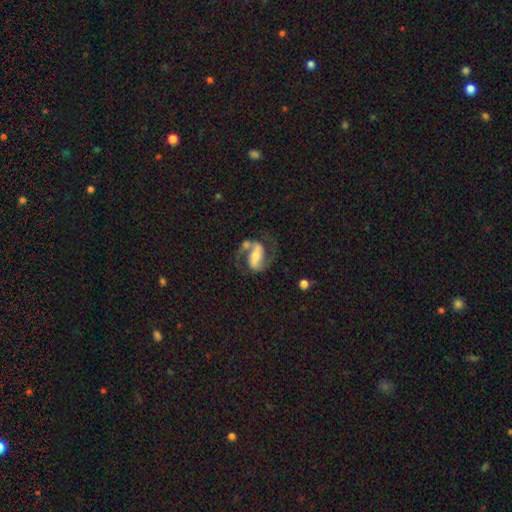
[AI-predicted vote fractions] Overall: featured or disk (83%). Edge-on disk: no (97%). Bar: strong (49%; weak 31%). Spiral arms: yes (94%). Spiral arm count: 2 (92%). Spiral winding: medium (55%; loose 29%). Bulge size: moderate (51%; small 34%). Merging: none (57%).